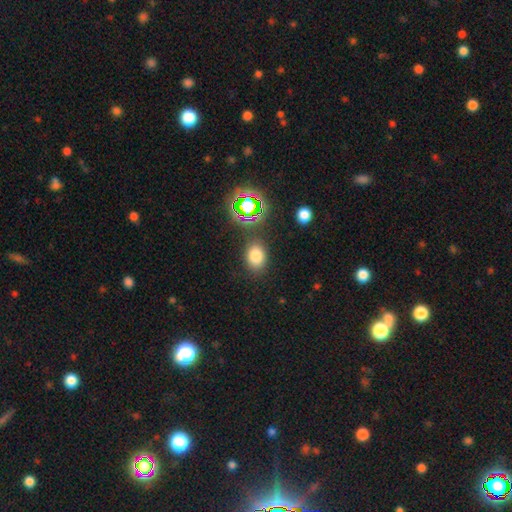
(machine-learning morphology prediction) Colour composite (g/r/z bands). It shows a smooth galaxy with no disk features (75%) that is in between round and cigar-shaped (66%). Merging: none (81%).